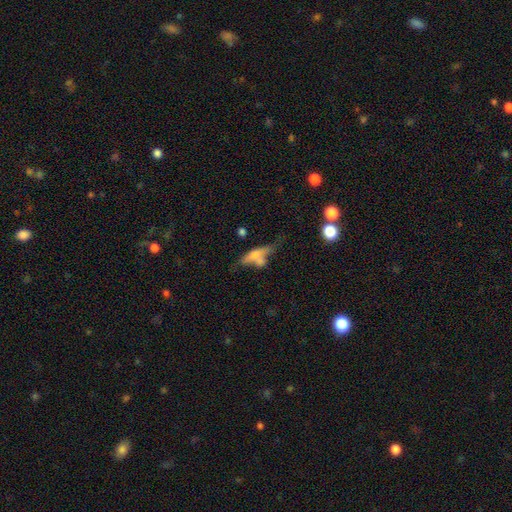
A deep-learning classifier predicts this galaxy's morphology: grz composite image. It shows a smooth galaxy with no disk features (47%). Merging: none (35%).